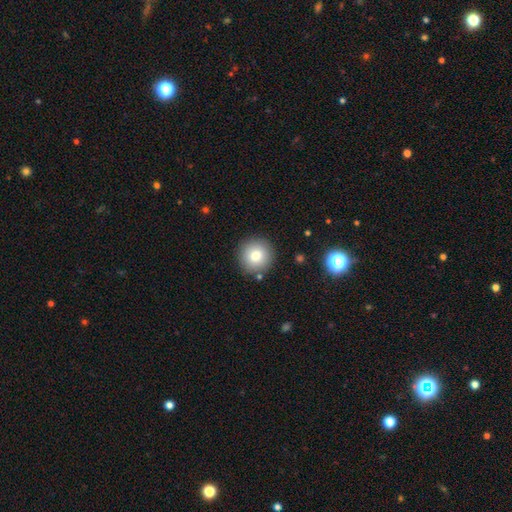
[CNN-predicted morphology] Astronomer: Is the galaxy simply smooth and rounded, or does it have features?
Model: smooth — 80%.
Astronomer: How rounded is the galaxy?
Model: round — 95%.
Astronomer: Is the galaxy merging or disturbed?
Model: none — 88%.